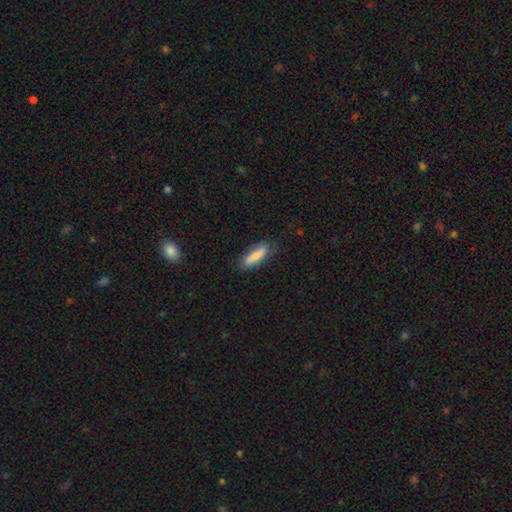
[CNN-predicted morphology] A smooth galaxy with no disk features (79%) that is cigar-shaped (54%).

Vote fractions:
- Smooth or featured? smooth: 79% / featured or disk: 15% / star or artifact: 6%
- How rounded? cigar-shaped: 54% / in between: 44% / round: 2%
- Merging? none: 75% / minor disturbance: 19% / major disturbance: 5% / merger: 2%